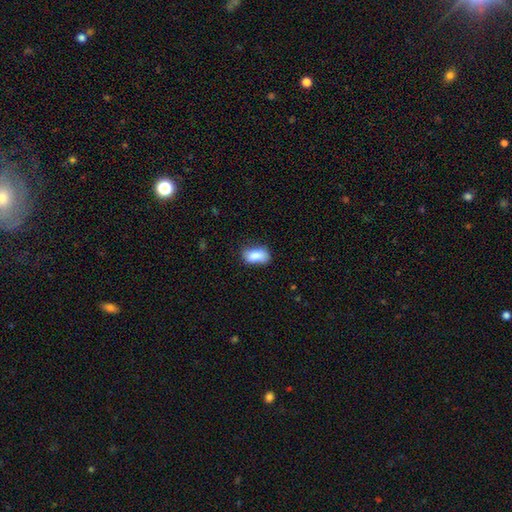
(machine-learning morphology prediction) The model was most divided on "merging": none: 61%, minor disturbance: 29%, major disturbance: 7%, merger: 3%. More confident: how rounded — in between (90%); smooth or featured — smooth (85%).